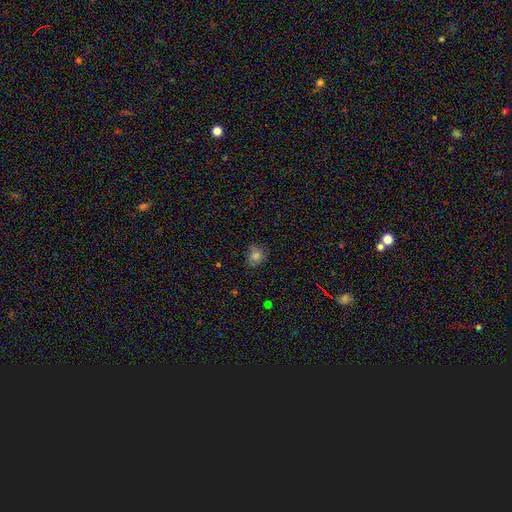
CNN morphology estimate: Smooth or featured?
  - smooth: 78% *
  - star or artifact: 14%
  - featured or disk: 8%
How rounded?
  - round: 72% *
  - in between: 27%
  - cigar-shaped: 1%
Merging?
  - none: 79% *
  - minor disturbance: 16%
  - major disturbance: 3%
  - merger: 1%